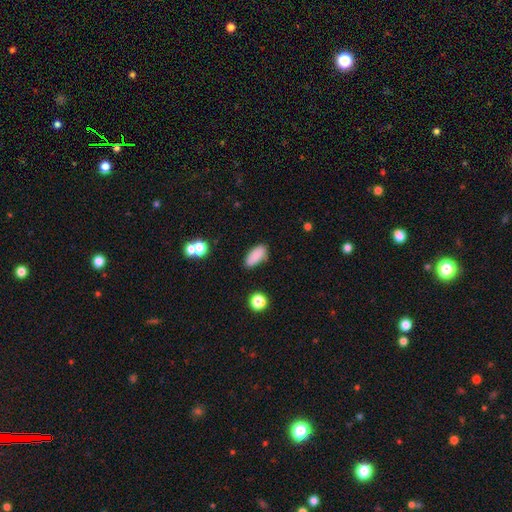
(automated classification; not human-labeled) Morphology: type=smooth (86%); roundness=in between (85%); merging=none (77%).